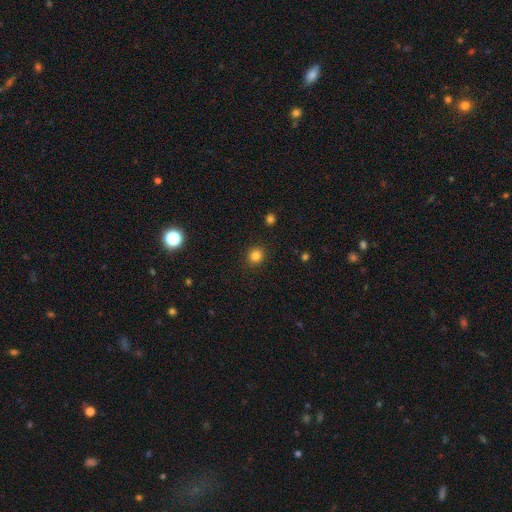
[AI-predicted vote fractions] Smooth or featured? Predicted: smooth (p=0.83). How rounded? Predicted: round (p=0.91). Merging? Predicted: none (p=0.91).